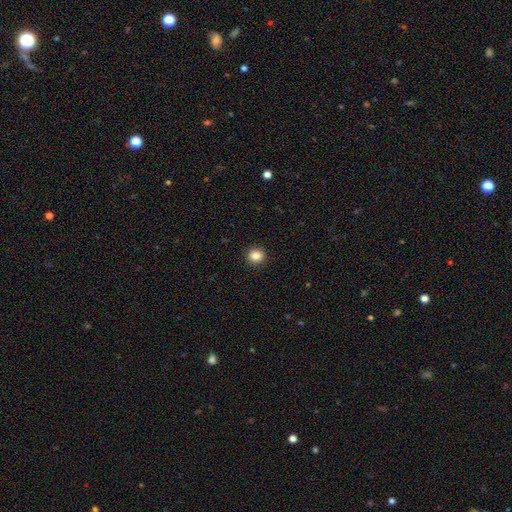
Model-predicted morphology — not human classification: Q: Smooth or featured?
A: smooth (85%); runner-up: star or artifact (11%)
Q: How rounded?
A: round (90%); runner-up: in between (9%)
Q: Merging?
A: none (93%); runner-up: minor disturbance (5%)